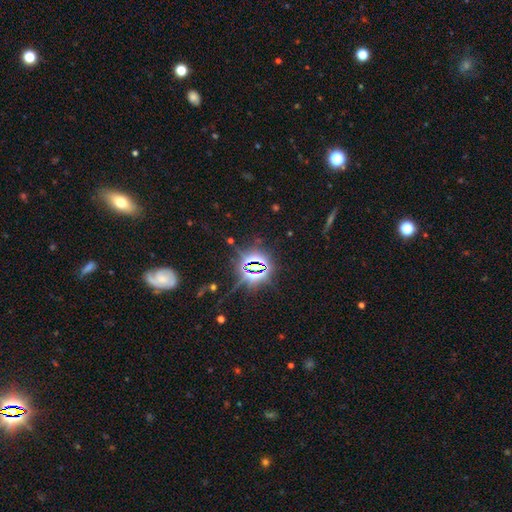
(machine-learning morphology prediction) Q: Smooth or featured?
A: star or artifact (76%); runner-up: smooth (14%)